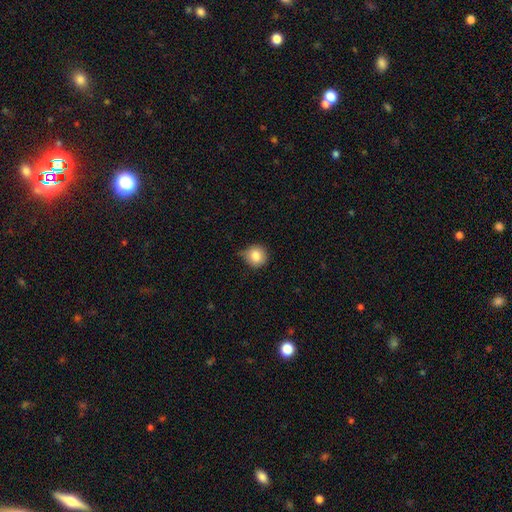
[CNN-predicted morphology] smooth 84%, star or artifact 9%, featured or disk 7%. Down the decision tree: how rounded — round (91%); merging — none (63%).